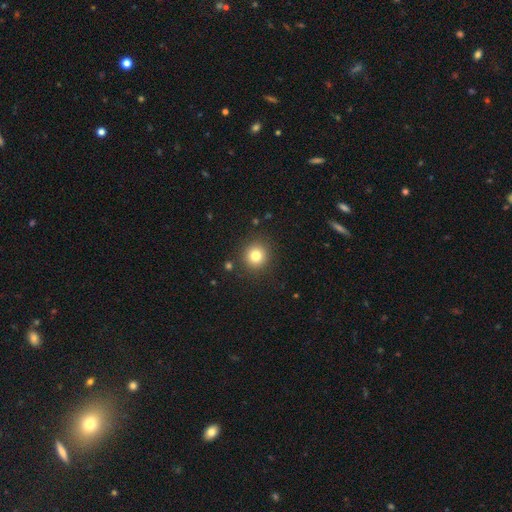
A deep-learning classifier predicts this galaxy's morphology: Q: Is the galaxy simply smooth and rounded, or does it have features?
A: smooth — 80%.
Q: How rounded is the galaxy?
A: round — 93%.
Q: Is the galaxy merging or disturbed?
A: none — 89%.